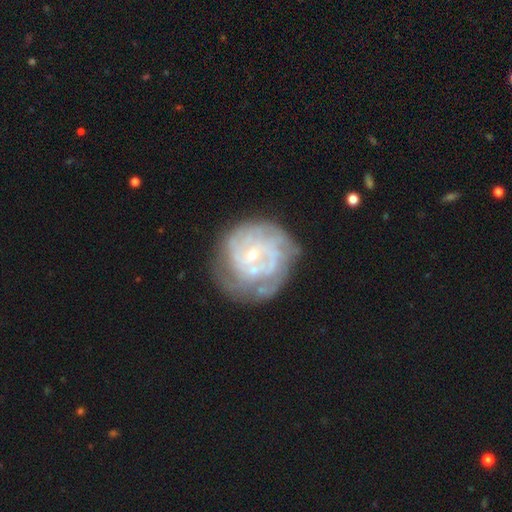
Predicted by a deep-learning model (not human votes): A featured or disk galaxy (78%) with no bar (63%), tight (67%) spiral arms (86%) and a small central bulge (77%).

Vote fractions:
- Smooth or featured? featured or disk: 78% / smooth: 14% / star or artifact: 7%
- Edge-on disk? no: 98% / yes: 2%
- Bar? no: 63% / weak: 30% / strong: 7%
- Spiral arms? yes: 86% / no: 14%
- Spiral winding? tight: 67% / medium: 25% / loose: 7%
- Spiral arm count? can't tell: 44% / 2: 19% / 3: 17% / 4: 10% / 1: 5% / more than 4: 5%
- Bulge size? small: 77% / moderate: 19% / none: 3% / large: 1% / dominant: 1%
- Merging? none: 64% / minor disturbance: 20% / major disturbance: 11% / merger: 4%